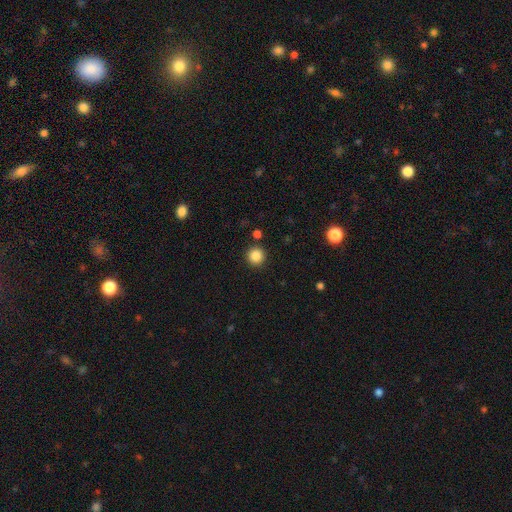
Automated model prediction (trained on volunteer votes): Overall: smooth (86%). How rounded: round (95%). Merging: none (90%).